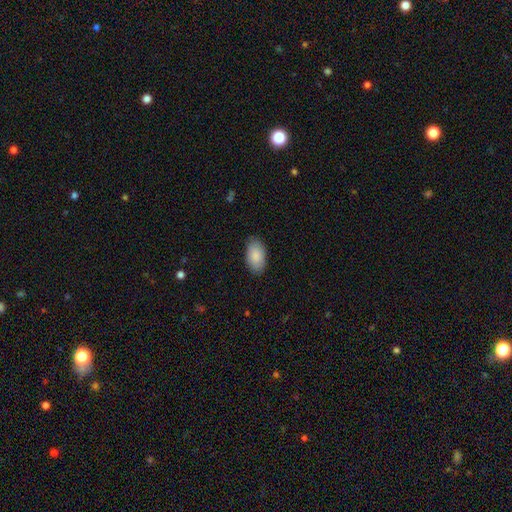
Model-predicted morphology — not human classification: smooth 89%, featured or disk 6%, star or artifact 6%. Down the decision tree: how rounded — in between (95%); merging — none (85%).